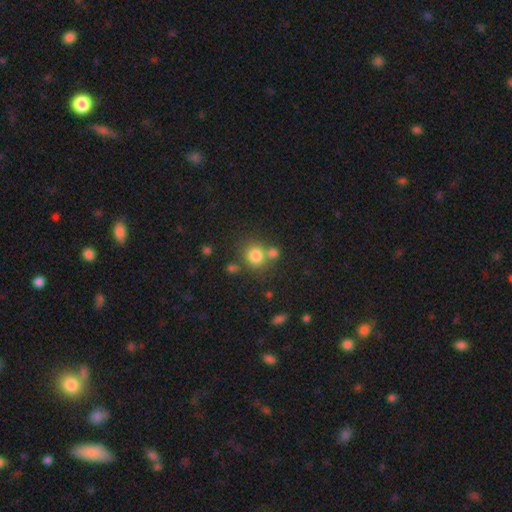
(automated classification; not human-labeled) A smooth galaxy with no disk features (80%) that is round (82%). Merging: none (61%).